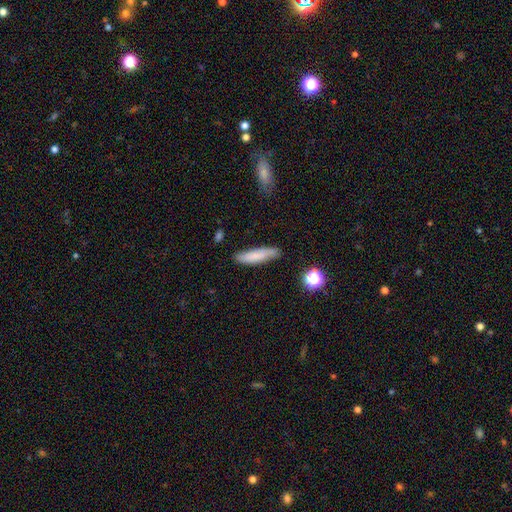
Smooth or featured?
  - smooth: 87% *
  - featured or disk: 8%
  - star or artifact: 5%
How rounded?
  - cigar-shaped: 71% *
  - in between: 26%
  - round: 3%
Merging?
  - none: 86% *
  - minor disturbance: 14%
  - major disturbance: 0%
  - merger: 0%